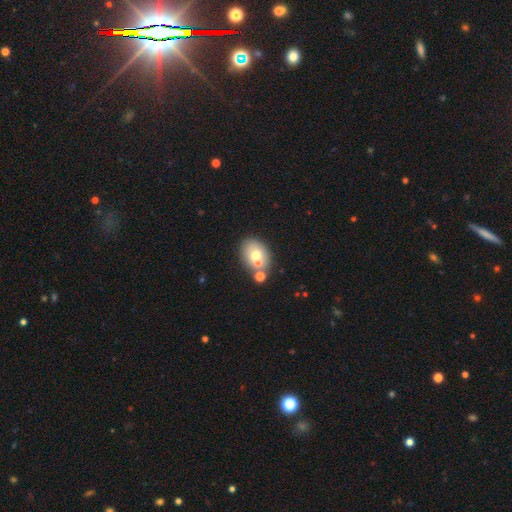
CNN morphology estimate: The model was most divided on "how rounded": in between: 63%, round: 36%, cigar-shaped: 1%. More confident: smooth or featured — smooth (66%); merging — none (59%).